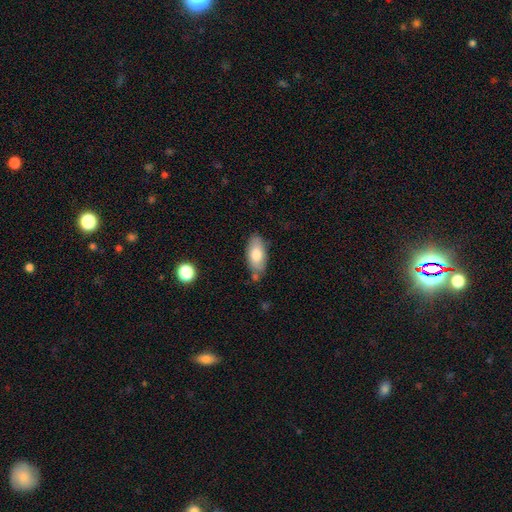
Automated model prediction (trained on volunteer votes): Q: Smooth or featured?
A: smooth (76%); runner-up: featured or disk (17%)
Q: How rounded?
A: in between (91%); runner-up: cigar-shaped (7%)
Q: Merging?
A: none (71%); runner-up: minor disturbance (20%)